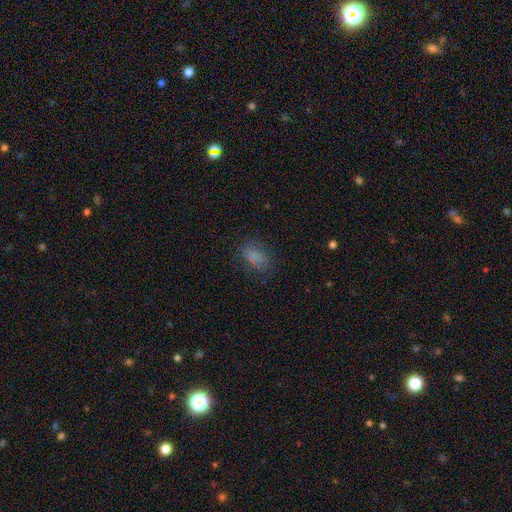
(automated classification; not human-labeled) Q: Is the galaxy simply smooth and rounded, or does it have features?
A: smooth — 81%.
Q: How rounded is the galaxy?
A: in between — 83%.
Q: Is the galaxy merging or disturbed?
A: none — 79%.